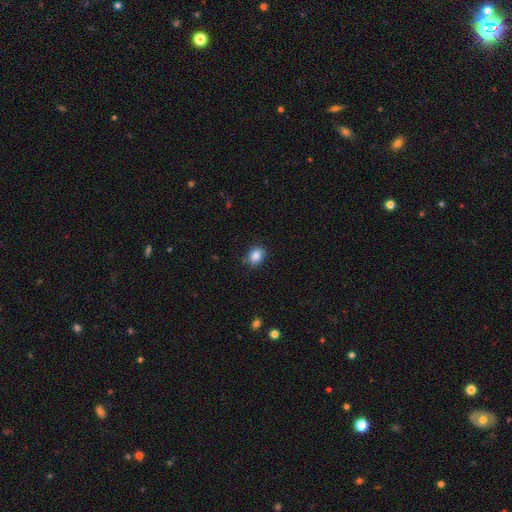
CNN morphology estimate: Smooth or featured: smooth — 87% (star or artifact — 9%)
How rounded: in between — 58% (round — 41%)
Merging: none — 81% (minor disturbance — 14%)